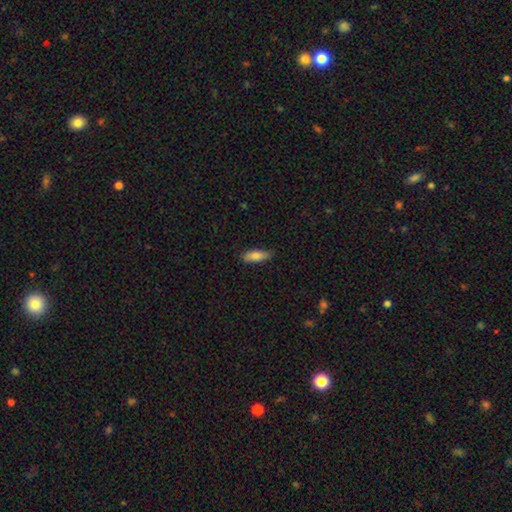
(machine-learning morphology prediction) Smooth or featured?
  - smooth: 78% *
  - featured or disk: 15%
  - star or artifact: 6%
How rounded?
  - in between: 65% *
  - cigar-shaped: 33%
  - round: 2%
Merging?
  - none: 81% *
  - minor disturbance: 15%
  - major disturbance: 2%
  - merger: 1%